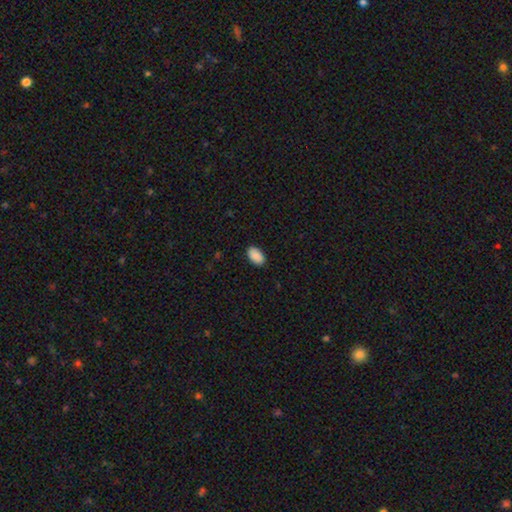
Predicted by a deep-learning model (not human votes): smooth_or_featured: smooth (p=0.90) [alt: star or artifact p=0.07]
how_rounded: in between (p=0.94) [alt: round p=0.05]
merging: none (p=0.89) [alt: minor disturbance p=0.08]